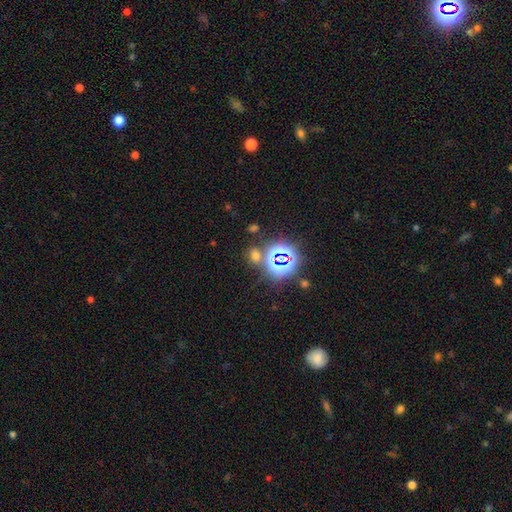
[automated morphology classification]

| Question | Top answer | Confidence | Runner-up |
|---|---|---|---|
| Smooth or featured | star or artifact | 48% | smooth (45%) |